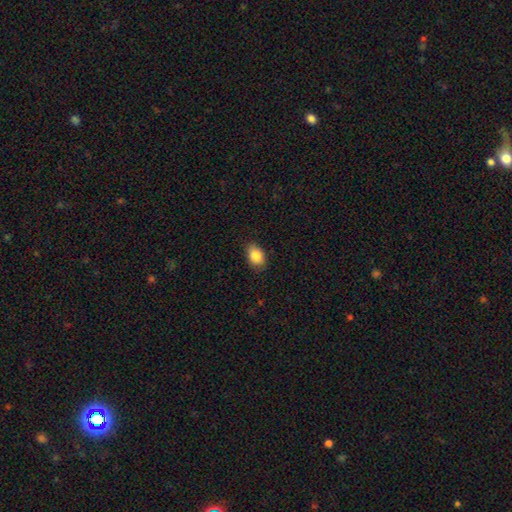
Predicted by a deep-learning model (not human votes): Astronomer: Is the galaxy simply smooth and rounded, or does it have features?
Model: smooth — 86%.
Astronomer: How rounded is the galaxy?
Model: in between — 84%.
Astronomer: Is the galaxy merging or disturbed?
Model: none — 84%.